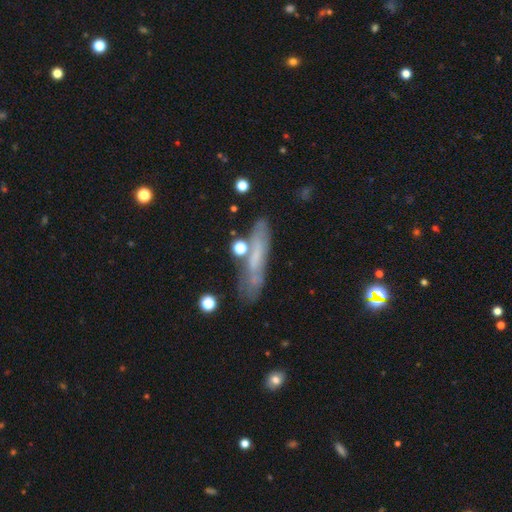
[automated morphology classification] Smooth or featured? smooth (47%)
Merging? none (65%)